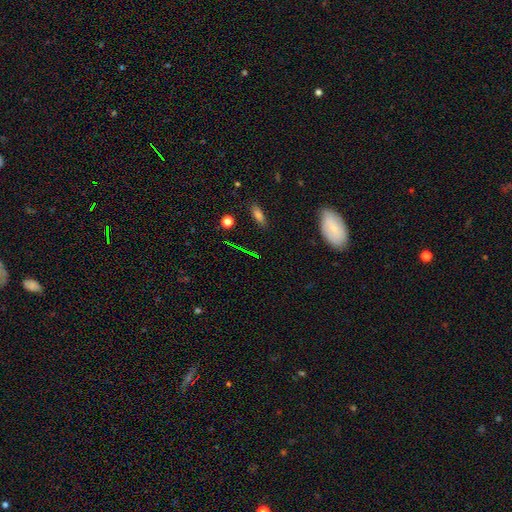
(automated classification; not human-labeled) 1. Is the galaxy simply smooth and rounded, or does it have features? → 55% star or artifact, 30% smooth, 14% featured or disk.